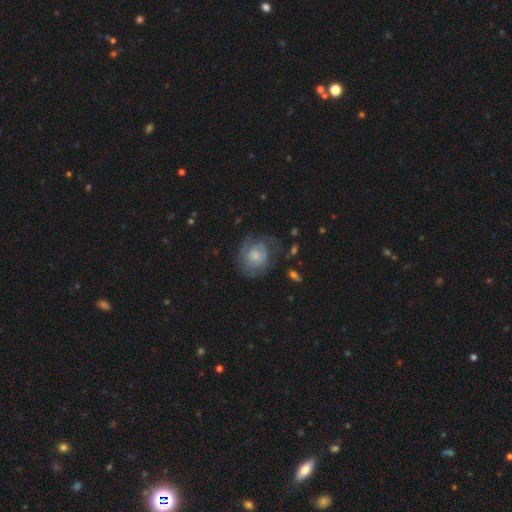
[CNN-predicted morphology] featured or disk 51%, smooth 41%, star or artifact 8%. Down the decision tree: edge-on disk — no (97%); merging — none (54%).